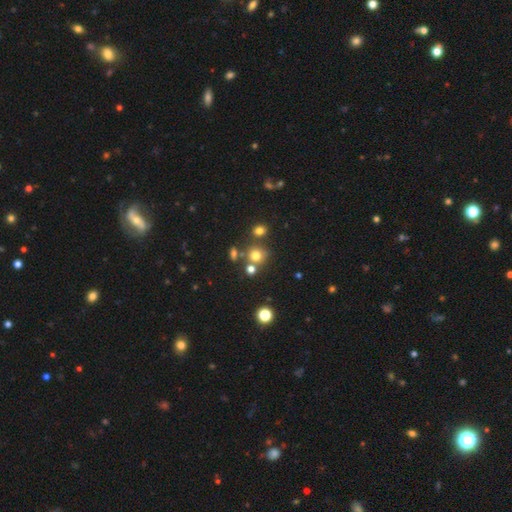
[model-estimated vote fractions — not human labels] This is likely a smooth galaxy (71%). How rounded: clearly round (87%). Merging: likely none (67%).